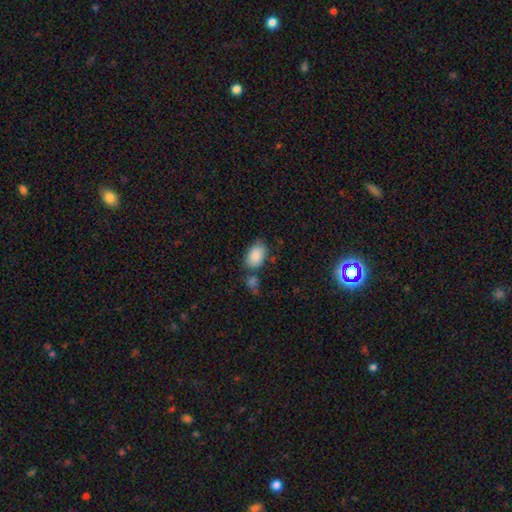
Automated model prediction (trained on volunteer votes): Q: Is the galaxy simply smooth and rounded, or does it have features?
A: smooth — 87%.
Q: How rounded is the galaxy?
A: in between — 90%.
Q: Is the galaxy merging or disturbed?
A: none — 60%.